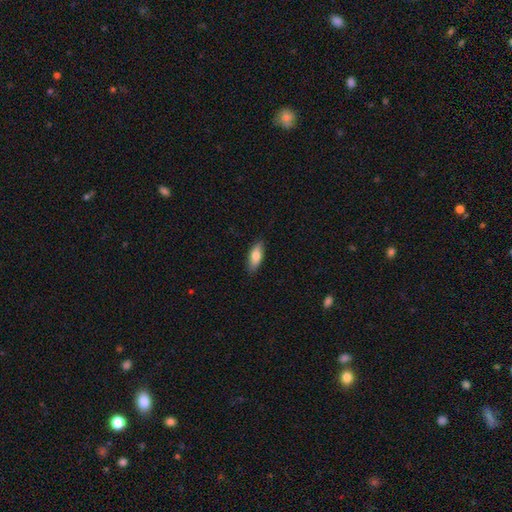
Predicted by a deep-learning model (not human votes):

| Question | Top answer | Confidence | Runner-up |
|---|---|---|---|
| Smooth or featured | smooth | 81% | featured or disk (13%) |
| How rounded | in between | 72% | cigar-shaped (26%) |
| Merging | none | 86% | minor disturbance (11%) |